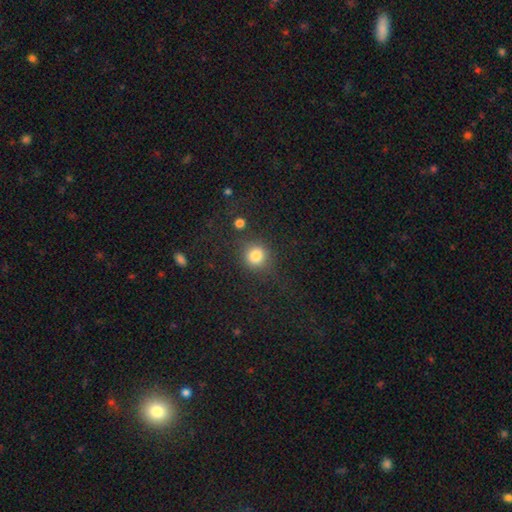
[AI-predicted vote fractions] Overall: smooth (82%). How rounded: round (87%). Merging: none (77%).